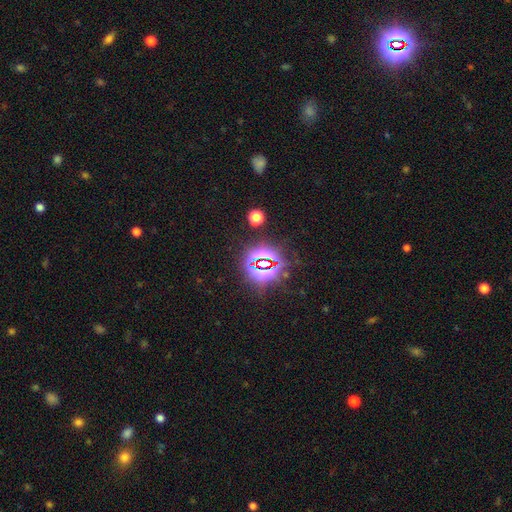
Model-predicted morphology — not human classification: smooth_or_featured: star or artifact (p=0.78) [alt: smooth p=0.14]